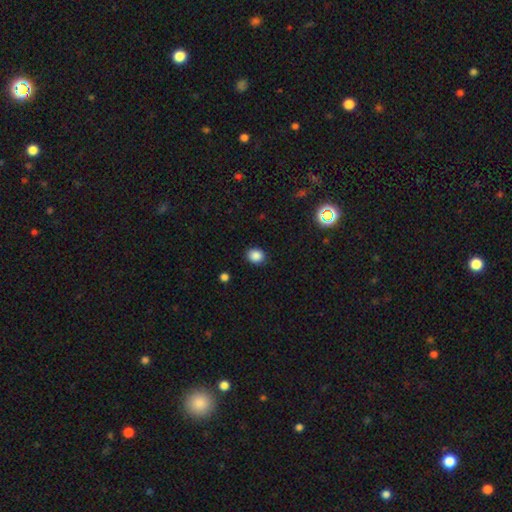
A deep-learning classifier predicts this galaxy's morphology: Q: Smooth or featured?
A: smooth (86%); runner-up: star or artifact (11%)
Q: How rounded?
A: round (67%); runner-up: in between (32%)
Q: Merging?
A: none (89%); runner-up: minor disturbance (8%)